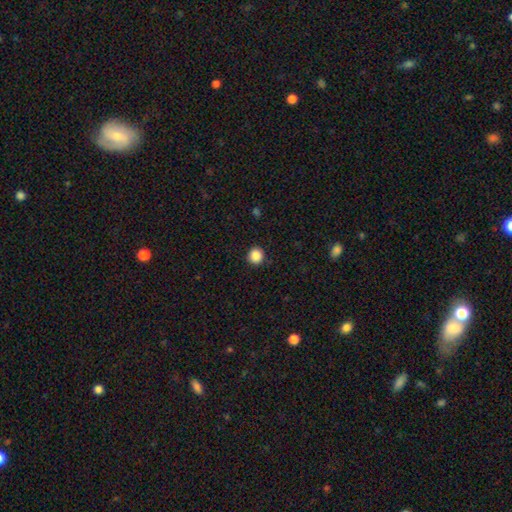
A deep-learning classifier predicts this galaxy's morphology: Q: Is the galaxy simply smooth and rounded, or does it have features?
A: smooth — 87%.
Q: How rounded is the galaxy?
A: round — 93%.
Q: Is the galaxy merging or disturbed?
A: none — 92%.